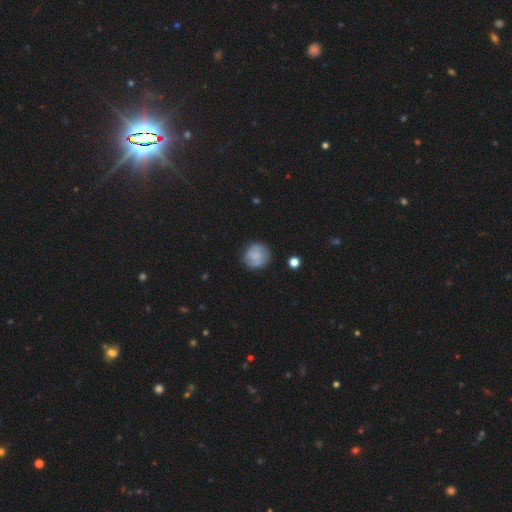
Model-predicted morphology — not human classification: This appears to be a smooth galaxy with no disk features (54%) that is round (89%). Merging: none (79%).